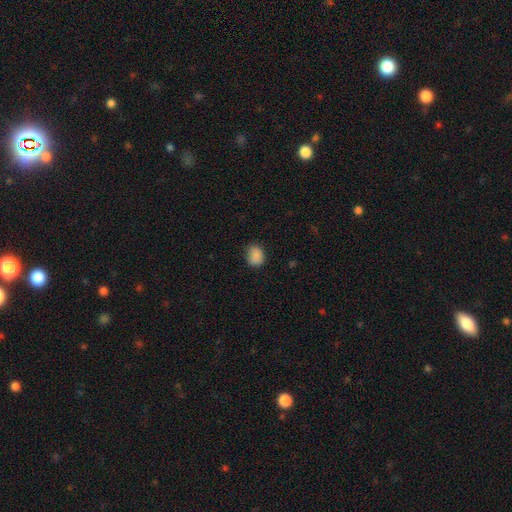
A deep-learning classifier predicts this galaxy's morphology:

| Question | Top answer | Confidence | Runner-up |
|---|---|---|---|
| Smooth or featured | smooth | 87% | star or artifact (9%) |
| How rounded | round | 57% | in between (42%) |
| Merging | none | 79% | minor disturbance (17%) |